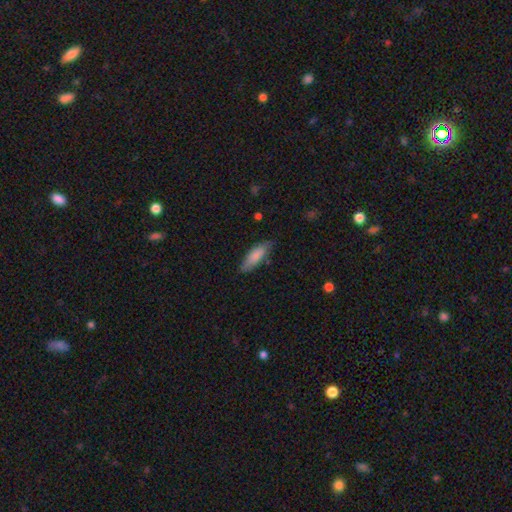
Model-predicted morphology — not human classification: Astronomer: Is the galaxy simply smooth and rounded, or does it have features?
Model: smooth — 83%.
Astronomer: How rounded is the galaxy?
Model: in between — 55% (runner-up: cigar-shaped, 43%).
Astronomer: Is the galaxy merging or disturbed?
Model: none — 76%.